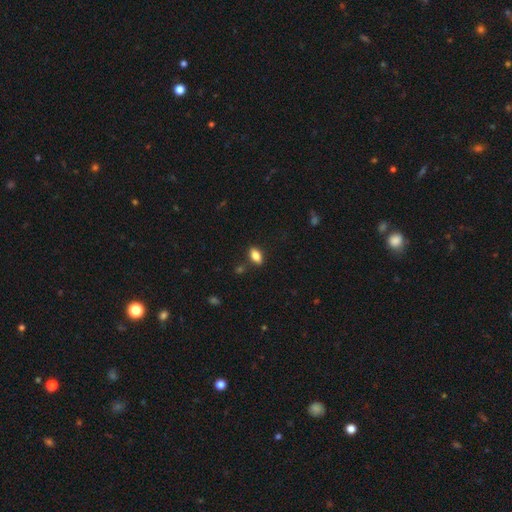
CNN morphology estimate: Smooth or featured?
  - smooth: 83% *
  - featured or disk: 9%
  - star or artifact: 8%
How rounded?
  - in between: 89% *
  - cigar-shaped: 6%
  - round: 5%
Merging?
  - none: 85% *
  - minor disturbance: 10%
  - merger: 3%
  - major disturbance: 2%